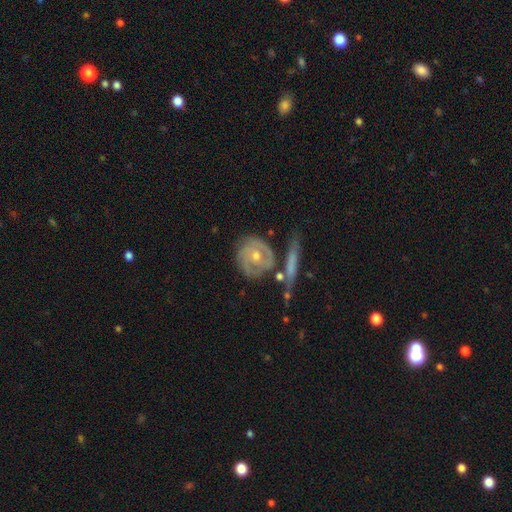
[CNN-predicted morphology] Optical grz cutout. It shows a featured or disk galaxy (76%) with no bar (74%), 2 (44%) tight (70%) spiral arms (83%) and a moderate central bulge (57%). Merging: none (59%).